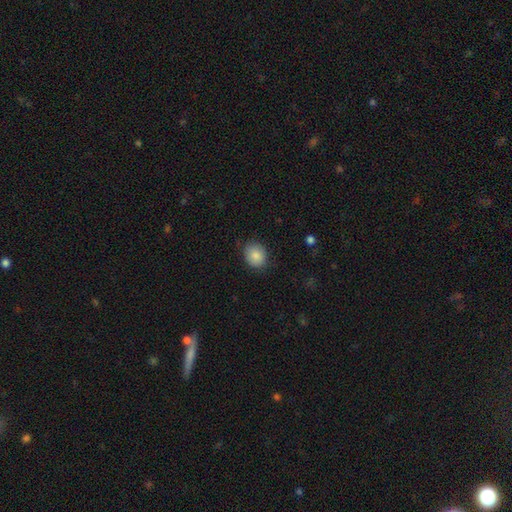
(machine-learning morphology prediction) This is clearly a smooth galaxy (86%). How rounded: likely round (65%). Merging: clearly none (81%).